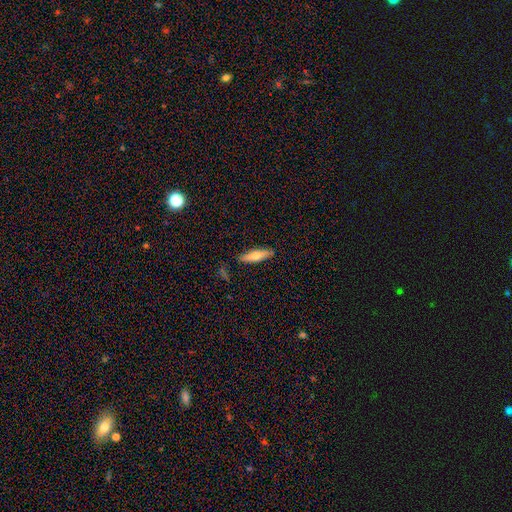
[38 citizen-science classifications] smooth_or_featured: smooth (p=0.63) [alt: featured or disk p=0.34]
how_rounded: in between (p=0.58) [alt: cigar-shaped p=0.38]
merging: none (p=0.86) [alt: minor disturbance p=0.08]